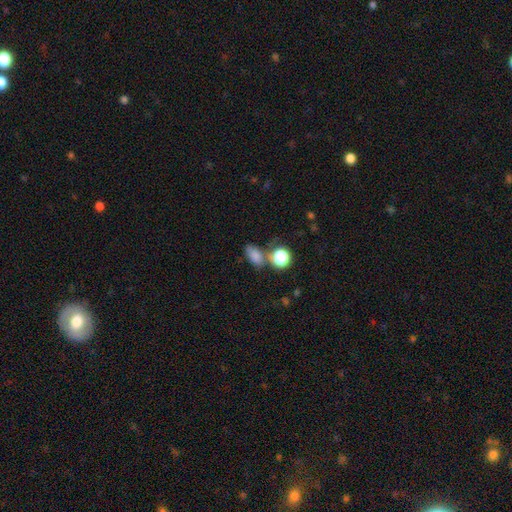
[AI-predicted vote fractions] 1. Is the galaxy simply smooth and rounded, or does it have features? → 76% smooth, 16% star or artifact, 8% featured or disk.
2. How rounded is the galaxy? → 80% in between, 17% round, 3% cigar-shaped.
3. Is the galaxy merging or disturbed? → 53% none, 22% merger, 17% minor disturbance, 8% major disturbance.